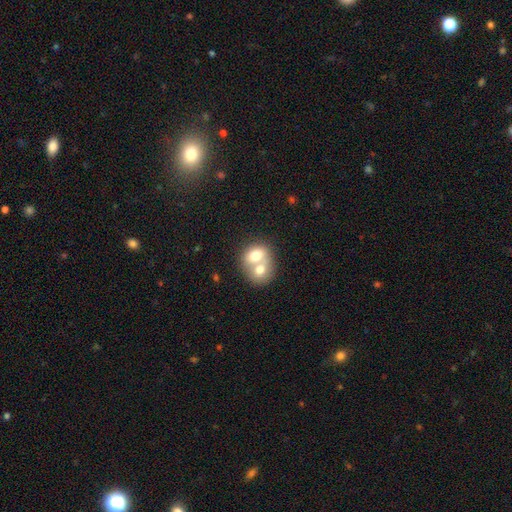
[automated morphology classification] Smooth or featured? Predicted: smooth (p=0.67). How rounded? Predicted: round (p=0.56). Merging? Predicted: merger (p=0.73).